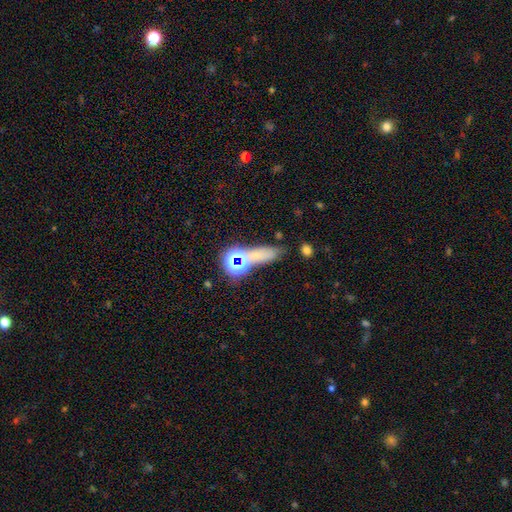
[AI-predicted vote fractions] A smooth galaxy with no disk features (57%) that is cigar-shaped (44%). Merging: none (63%).